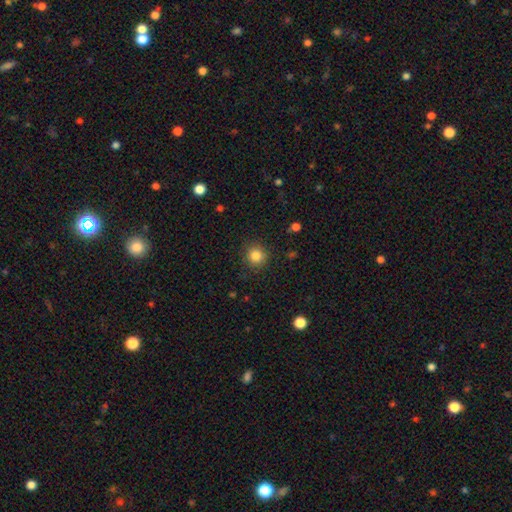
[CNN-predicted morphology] smooth-or-featured: smooth: 84% | star or artifact: 11% | featured or disk: 5%
  how-rounded: round: 93% | in between: 6% | cigar-shaped: 1%
  merging: none: 89% | minor disturbance: 7% | major disturbance: 3% | merger: 1%